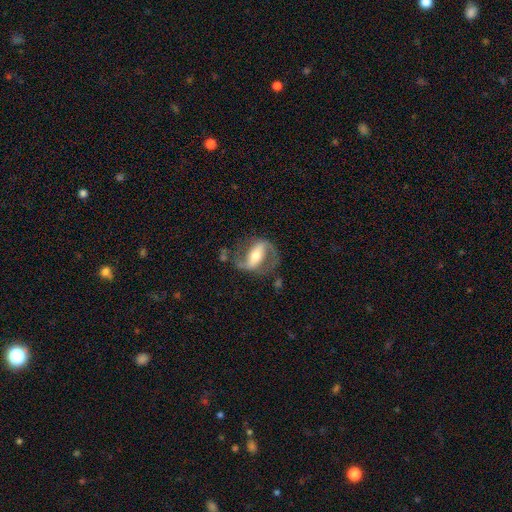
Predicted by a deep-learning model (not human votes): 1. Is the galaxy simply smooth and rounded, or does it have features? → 82% featured or disk, 13% smooth, 5% star or artifact.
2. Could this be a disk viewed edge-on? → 92% no, 8% yes.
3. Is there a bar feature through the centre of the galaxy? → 65% strong, 22% weak, 14% no.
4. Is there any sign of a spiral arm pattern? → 87% yes, 13% no.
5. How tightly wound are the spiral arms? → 47% medium, 34% loose, 18% tight.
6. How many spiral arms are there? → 88% 2, 5% 1, 5% can't tell, 1% 3, 1% 4, 1% more than 4.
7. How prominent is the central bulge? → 60% moderate, 27% small, 10% large, 2% dominant, 2% none.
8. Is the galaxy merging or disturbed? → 65% none, 17% minor disturbance, 15% major disturbance, 3% merger.